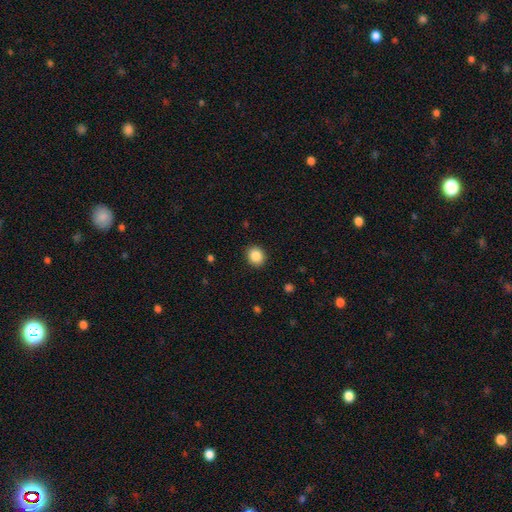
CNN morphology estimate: type=smooth (87%); roundness=round (77%); merging=none (90%).